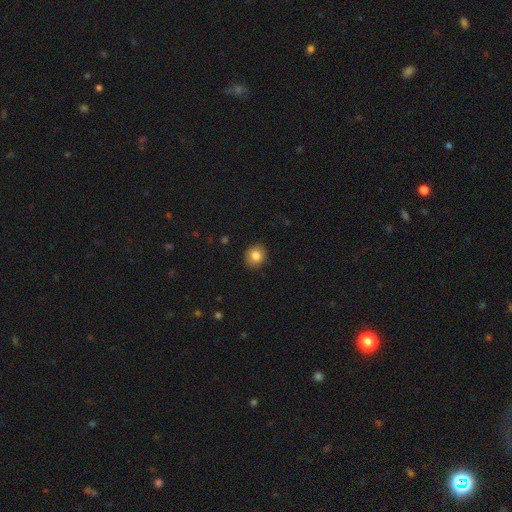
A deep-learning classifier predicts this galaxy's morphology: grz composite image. It shows a smooth galaxy with no disk features (83%) that is round (83%). Merging: none (91%).